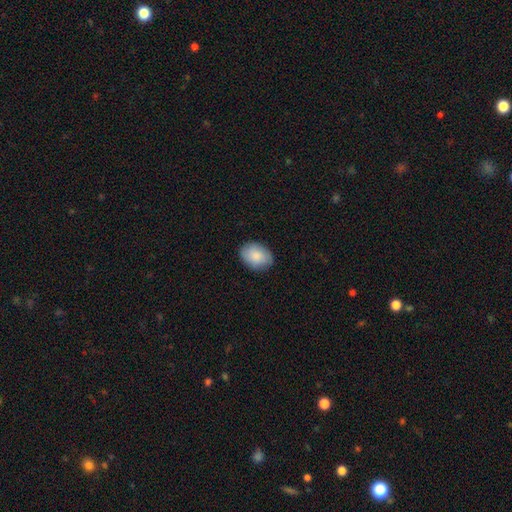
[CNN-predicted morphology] Smooth or featured? smooth (86%)
How rounded? in between (77%)
Merging? none (85%)